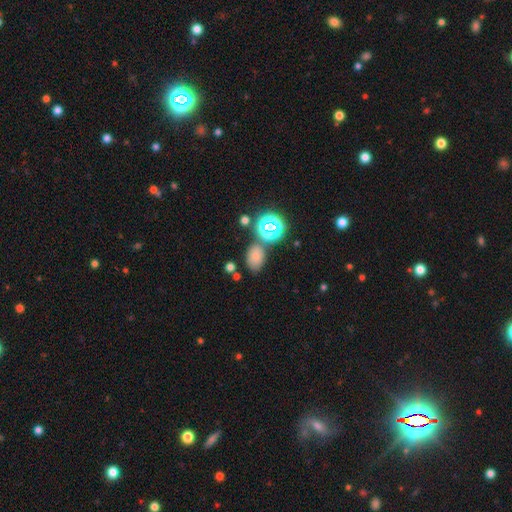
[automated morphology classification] Overall: smooth (68%). How rounded: in between (79%). Merging: none (68%).